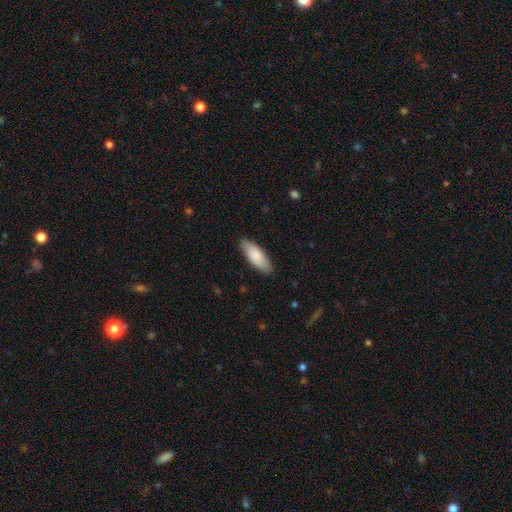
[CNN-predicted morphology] Overall: smooth (84%). How rounded: in between (71%). Merging: none (85%).